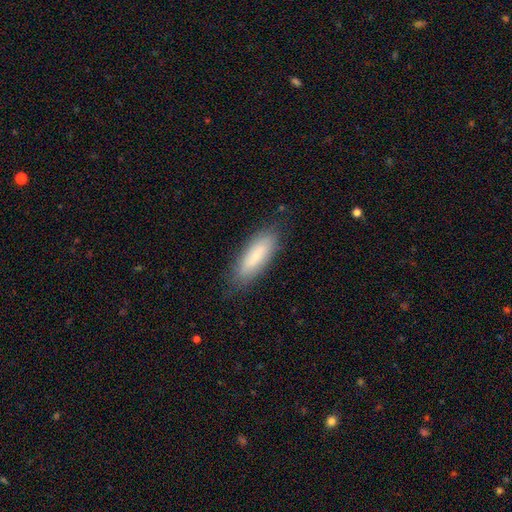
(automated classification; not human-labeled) smooth 68%, featured or disk 25%, star or artifact 7%. Down the decision tree: how rounded — in between (60%); merging — none (81%).